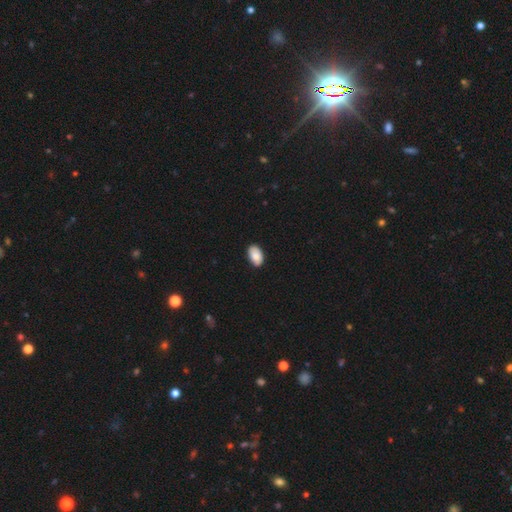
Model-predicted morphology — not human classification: A smooth galaxy with no disk features (86%) that is in between round and cigar-shaped (93%).

Vote fractions:
- Smooth or featured? smooth: 86% / featured or disk: 7% / star or artifact: 7%
- How rounded? in between: 93% / round: 6% / cigar-shaped: 1%
- Merging? none: 82% / minor disturbance: 14% / major disturbance: 2% / merger: 1%